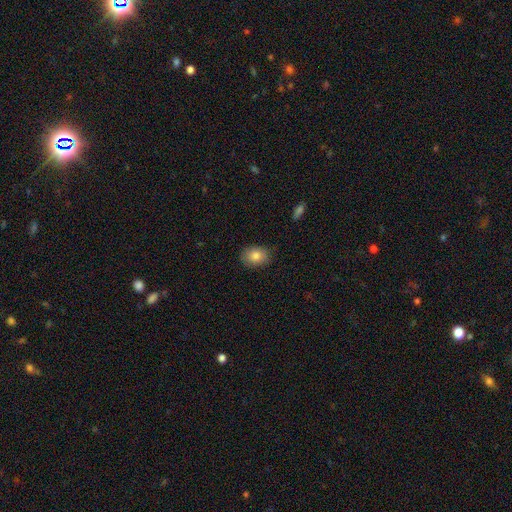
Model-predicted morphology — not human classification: Smooth or featured? Predicted: smooth (p=0.83). How rounded? Predicted: in between (p=0.65). Merging? Predicted: none (p=0.84).